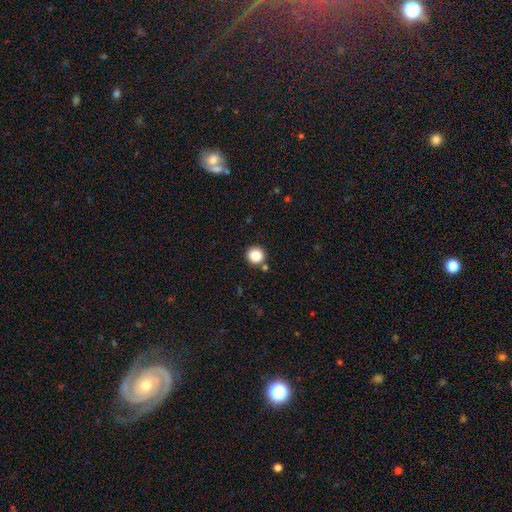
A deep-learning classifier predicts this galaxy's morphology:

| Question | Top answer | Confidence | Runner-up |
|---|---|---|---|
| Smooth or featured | smooth | 86% | star or artifact (10%) |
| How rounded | round | 94% | in between (5%) |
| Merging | none | 85% | minor disturbance (7%) |